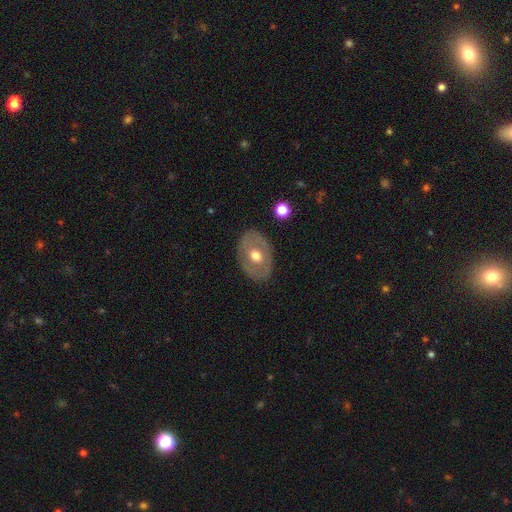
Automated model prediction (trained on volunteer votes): Morphology: type=featured or disk (52%); edge-on=no (91%); merging=none (82%).